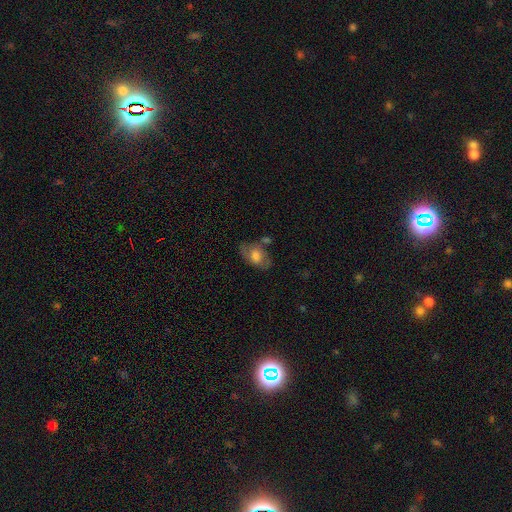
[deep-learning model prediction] Smooth or featured: smooth — 61% (featured or disk — 32%)
How rounded: in between — 86% (round — 12%)
Merging: none — 54% (minor disturbance — 23%)